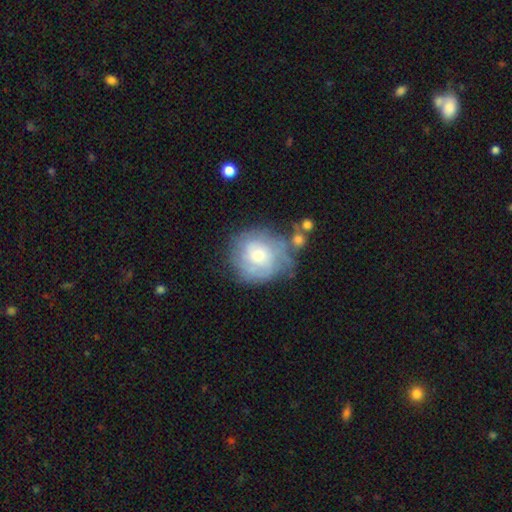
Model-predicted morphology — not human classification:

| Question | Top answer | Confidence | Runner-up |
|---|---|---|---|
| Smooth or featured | featured or disk | 56% | smooth (36%) |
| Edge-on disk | no | 97% | yes (3%) |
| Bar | no | 77% | weak (20%) |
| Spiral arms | yes | 72% | no (28%) |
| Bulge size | moderate | 59% | small (32%) |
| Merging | none | 59% | minor disturbance (22%) |